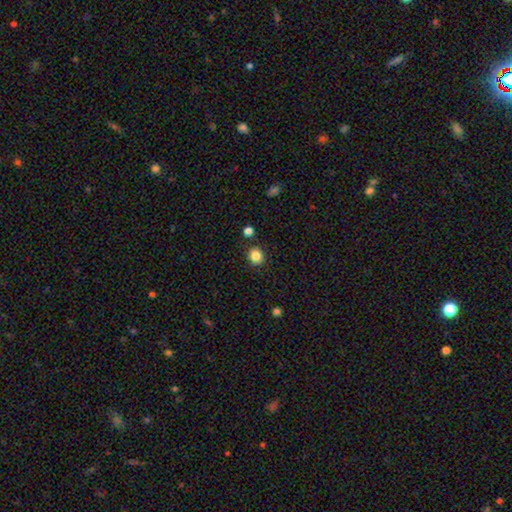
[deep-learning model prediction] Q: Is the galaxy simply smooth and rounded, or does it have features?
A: smooth — 85%.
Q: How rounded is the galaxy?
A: round — 83%.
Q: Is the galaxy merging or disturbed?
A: none — 87%.